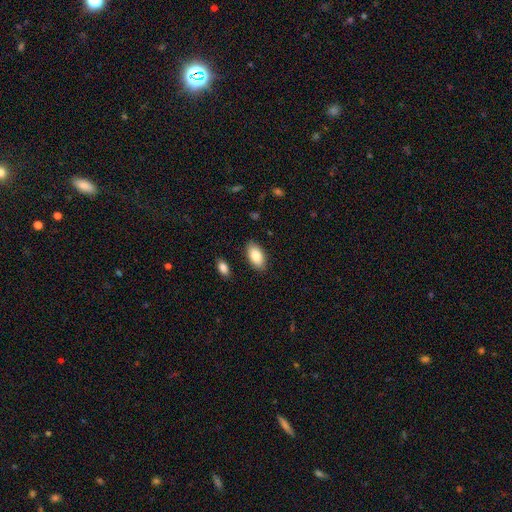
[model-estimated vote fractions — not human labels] Smooth or featured? Predicted: smooth (p=0.86). How rounded? Predicted: in between (p=0.94). Merging? Predicted: none (p=0.87).